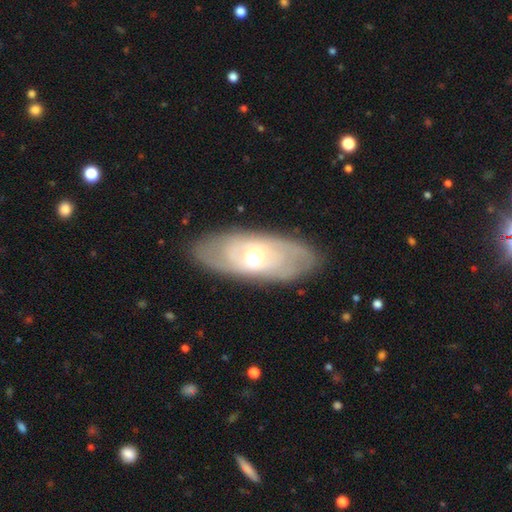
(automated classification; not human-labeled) Q: Smooth or featured?
A: featured or disk (66%); runner-up: smooth (28%)
Q: Edge-on disk?
A: no (84%); runner-up: yes (16%)
Q: Bar?
A: no (63%); runner-up: weak (28%)
Q: Spiral arms?
A: yes (53%); runner-up: no (47%)
Q: Bulge size?
A: moderate (71%); runner-up: small (14%)
Q: Merging?
A: none (83%); runner-up: minor disturbance (12%)